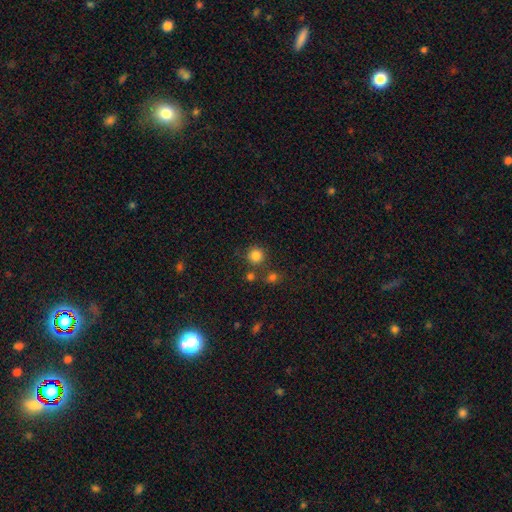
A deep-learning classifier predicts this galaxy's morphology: Overall: smooth (82%). How rounded: round (93%). Merging: none (77%).